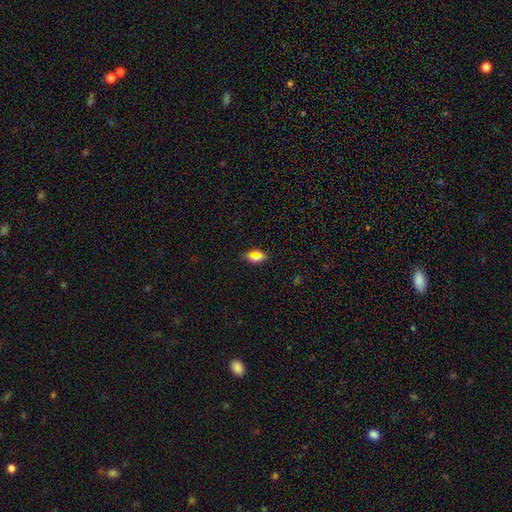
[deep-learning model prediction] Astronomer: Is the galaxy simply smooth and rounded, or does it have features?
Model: smooth — 64%.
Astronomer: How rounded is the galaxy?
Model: in between — 84%.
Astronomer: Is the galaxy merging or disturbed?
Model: none — 82%.